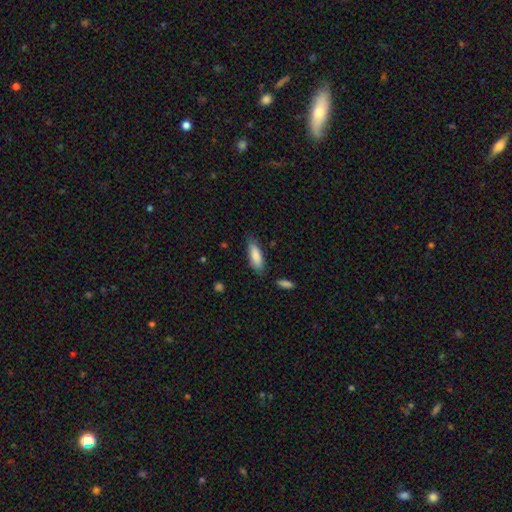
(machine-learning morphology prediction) A smooth galaxy with no disk features (84%) that is in between round and cigar-shaped (59%).

Vote fractions:
- Smooth or featured? smooth: 84% / featured or disk: 10% / star or artifact: 6%
- How rounded? in between: 59% / cigar-shaped: 39% / round: 2%
- Merging? none: 78% / minor disturbance: 16% / major disturbance: 3% / merger: 3%